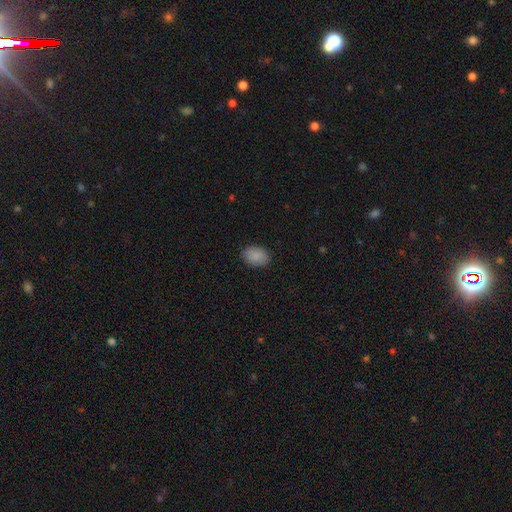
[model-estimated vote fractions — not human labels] Overall: smooth (89%). How rounded: in between (76%). Merging: none (87%).